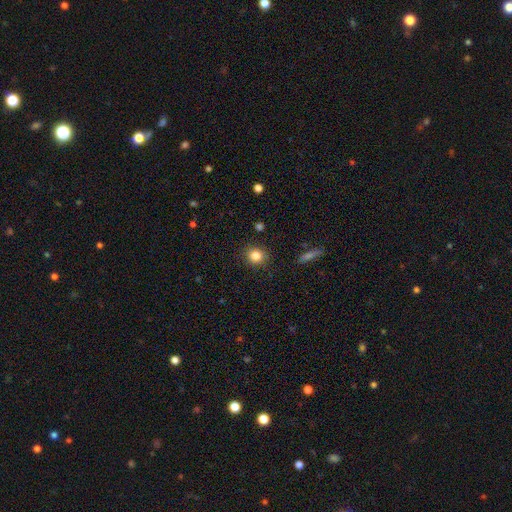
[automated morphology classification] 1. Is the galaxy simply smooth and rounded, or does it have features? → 83% smooth, 11% star or artifact, 6% featured or disk.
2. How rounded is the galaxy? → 83% round, 16% in between, 1% cigar-shaped.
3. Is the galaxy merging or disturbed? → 89% none, 7% minor disturbance, 2% major disturbance, 1% merger.